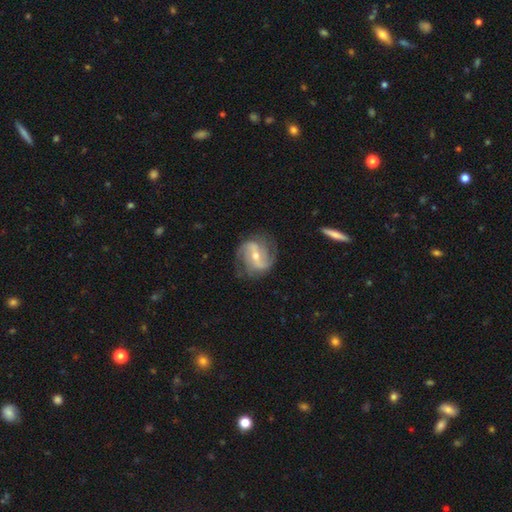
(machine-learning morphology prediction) Q: Smooth or featured?
A: featured or disk (86%); runner-up: smooth (8%)
Q: Edge-on disk?
A: no (97%); runner-up: yes (3%)
Q: Bar?
A: strong (41%); tied with: weak (41%)
Q: Spiral arms?
A: yes (95%); runner-up: no (5%)
Q: Spiral winding?
A: medium (46%); runner-up: loose (31%)
Q: Spiral arm count?
A: 2 (68%); runner-up: 3 (13%)
Q: Bulge size?
A: moderate (51%); runner-up: small (45%)
Q: Merging?
A: none (74%); runner-up: minor disturbance (16%)